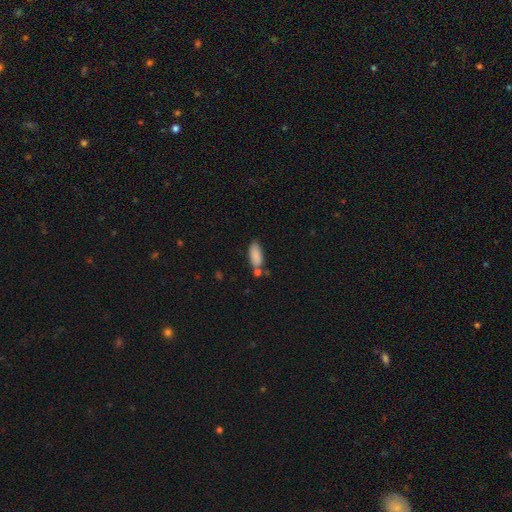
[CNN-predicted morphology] smooth 86%, star or artifact 7%, featured or disk 7%. Down the decision tree: how rounded — in between (82%); merging — none (56%).